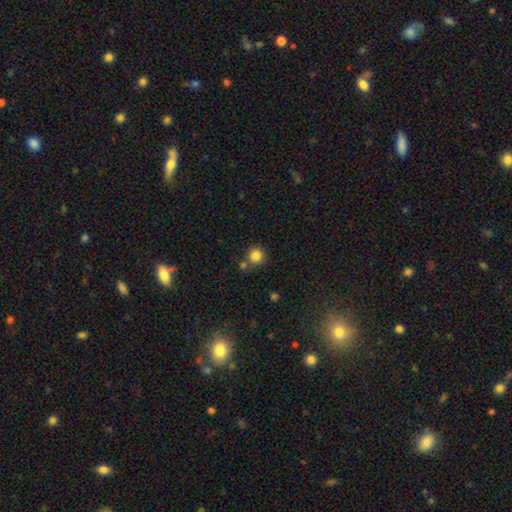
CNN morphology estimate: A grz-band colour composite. It shows a smooth galaxy with no disk features (83%) that is round (92%). Merging: none (74%).